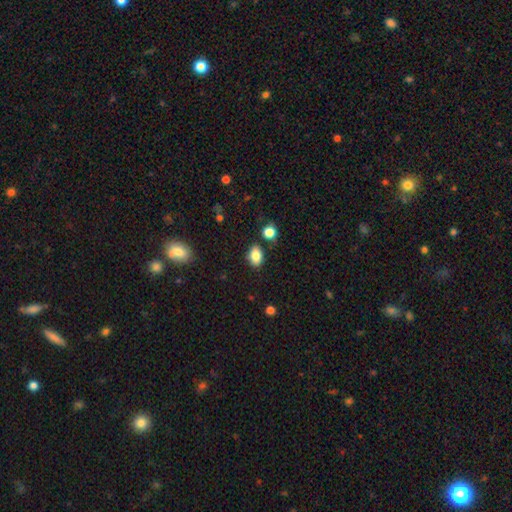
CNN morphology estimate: smooth 83%, star or artifact 10%, featured or disk 8%. Down the decision tree: how rounded — in between (80%); merging — none (80%).